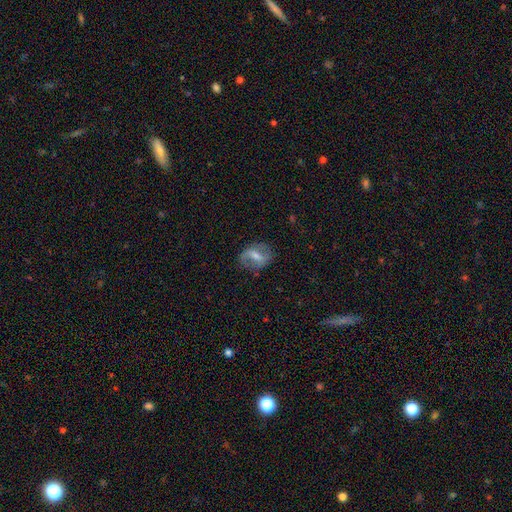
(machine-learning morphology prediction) Q: Smooth or featured?
A: featured or disk (60%); runner-up: smooth (32%)
Q: Edge-on disk?
A: no (94%); runner-up: yes (6%)
Q: Bar?
A: strong (46%); runner-up: weak (40%)
Q: Spiral arms?
A: yes (66%); runner-up: no (34%)
Q: Bulge size?
A: moderate (47%); runner-up: small (33%)
Q: Merging?
A: none (71%); runner-up: minor disturbance (19%)